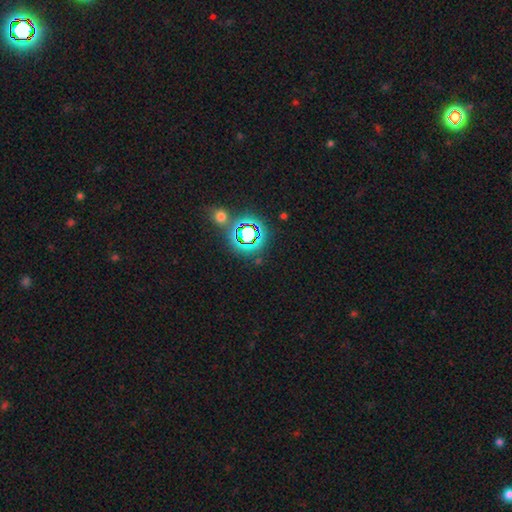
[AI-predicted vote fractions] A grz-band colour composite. It shows a star or artifact, not a galaxy (65%).